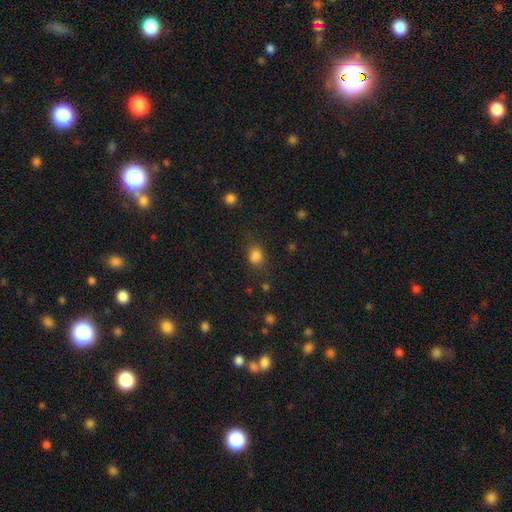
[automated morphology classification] smooth_or_featured: smooth (p=0.82) [alt: star or artifact p=0.13]
how_rounded: round (p=0.55) [alt: in between p=0.44]
merging: none (p=0.70) [alt: minor disturbance p=0.19]